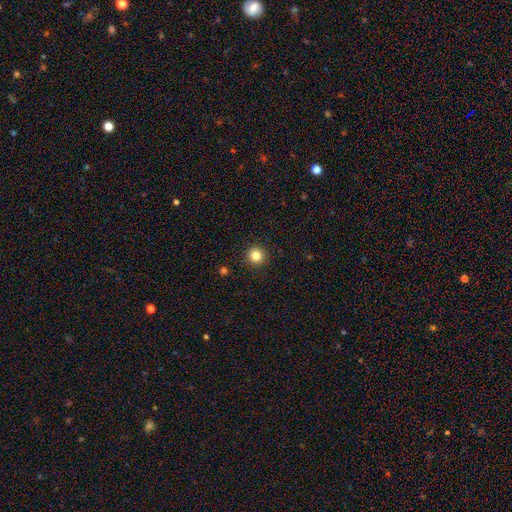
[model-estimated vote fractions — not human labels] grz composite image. It shows a smooth galaxy with no disk features (83%) that is round (95%). Merging: none (93%).